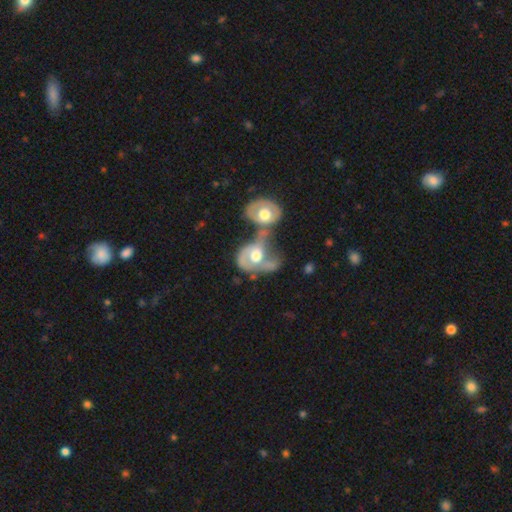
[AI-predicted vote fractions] Morphology: type=featured or disk (64%); edge-on=no (96%); bar=no (79%); spiral arms=yes (59%); bulge=moderate (63%); merging=merger (75%).